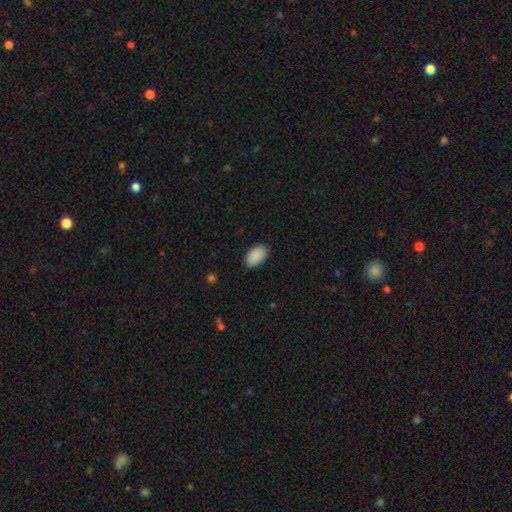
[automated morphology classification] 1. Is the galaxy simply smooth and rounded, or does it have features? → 91% smooth, 6% star or artifact, 3% featured or disk.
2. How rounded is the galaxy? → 94% in between, 4% round, 1% cigar-shaped.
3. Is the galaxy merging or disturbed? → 87% none, 10% minor disturbance, 2% major disturbance, 1% merger.